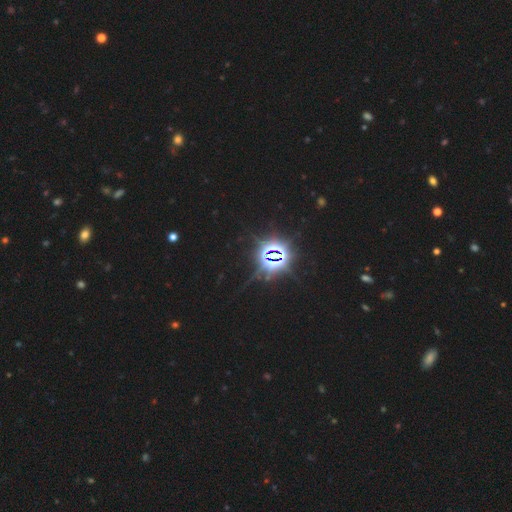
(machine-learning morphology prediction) star or artifact 87%, smooth 8%, featured or disk 5%.